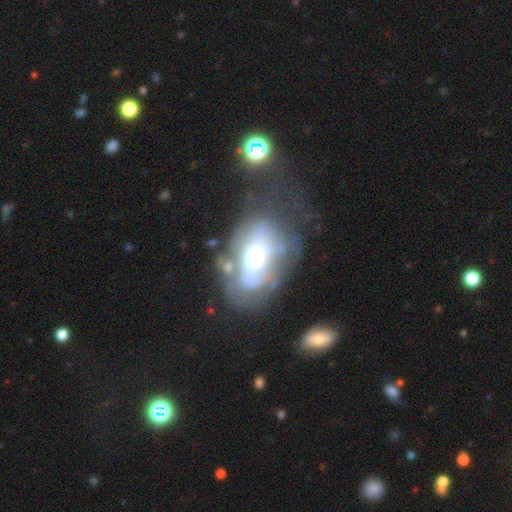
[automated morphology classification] Overall: featured or disk (55%; smooth 36%). Edge-on disk: no (92%). Bar: no (73%). Spiral arms: no (67%; yes 33%). Bulge size: moderate (65%). Merging: none (38%; major disturbance 28%).